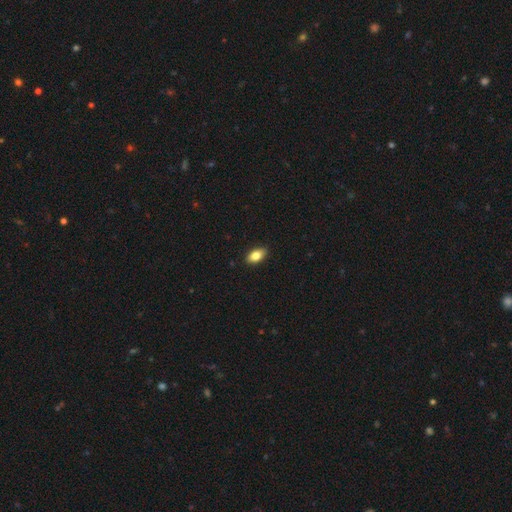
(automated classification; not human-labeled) This appears to be a smooth galaxy with no disk features (82%) that is in between round and cigar-shaped (90%). Merging: none (89%).